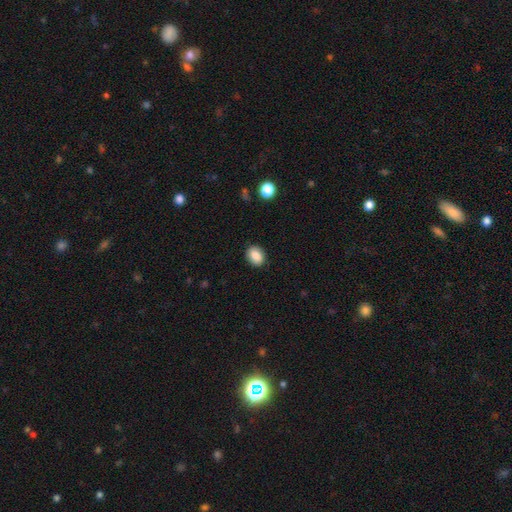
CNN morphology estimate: smooth 85%, star or artifact 8%, featured or disk 7%. Down the decision tree: how rounded — in between (61%); merging — none (87%).